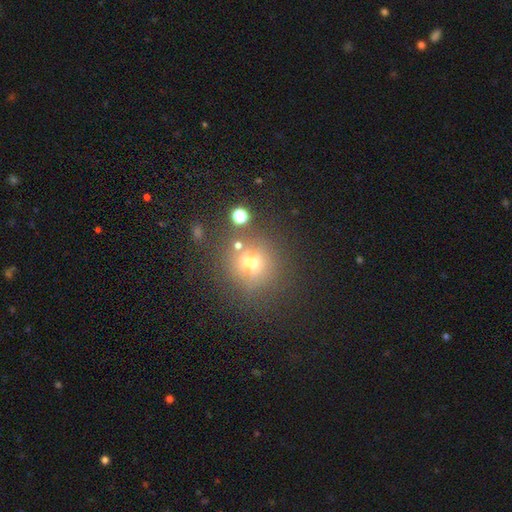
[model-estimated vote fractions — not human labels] A smooth galaxy with no disk features (59%) that is round (86%). Merging: none (74%).